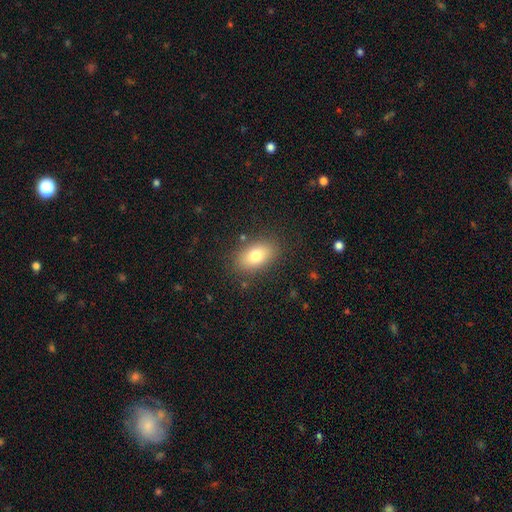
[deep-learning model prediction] smooth 77%, featured or disk 14%, star or artifact 9%. Down the decision tree: how rounded — in between (88%); merging — none (84%).